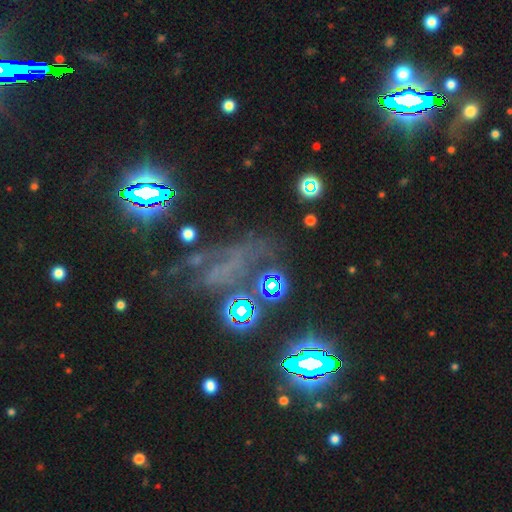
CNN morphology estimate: smooth-or-featured: star or artifact: 49% | featured or disk: 28% | smooth: 23%